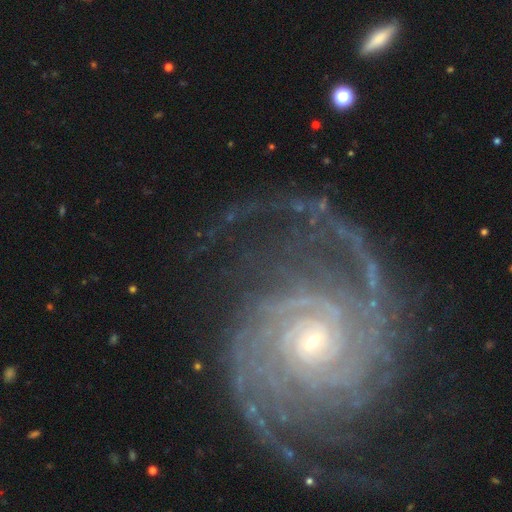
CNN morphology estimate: A featured or disk galaxy (92%) with no bar (68%), 2 (43%) tight (62%) spiral arms (98%) and a small central bulge (73%). Merging: none (66%).